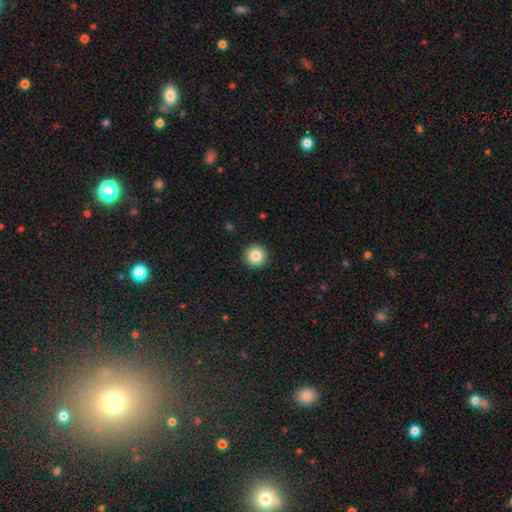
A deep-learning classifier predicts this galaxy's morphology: Smooth or featured?
  - smooth: 85% *
  - star or artifact: 10%
  - featured or disk: 5%
How rounded?
  - round: 96% *
  - in between: 3%
  - cigar-shaped: 1%
Merging?
  - none: 93% *
  - minor disturbance: 5%
  - major disturbance: 2%
  - merger: 1%